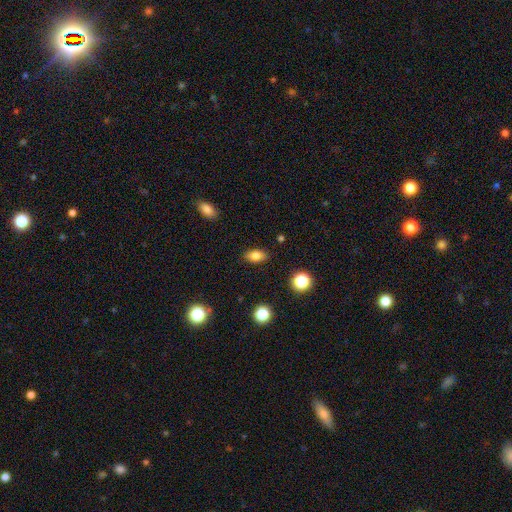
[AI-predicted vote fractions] smooth_or_featured: smooth (p=0.82) [alt: star or artifact p=0.10]
how_rounded: in between (p=0.87) [alt: round p=0.10]
merging: none (p=0.87) [alt: minor disturbance p=0.09]